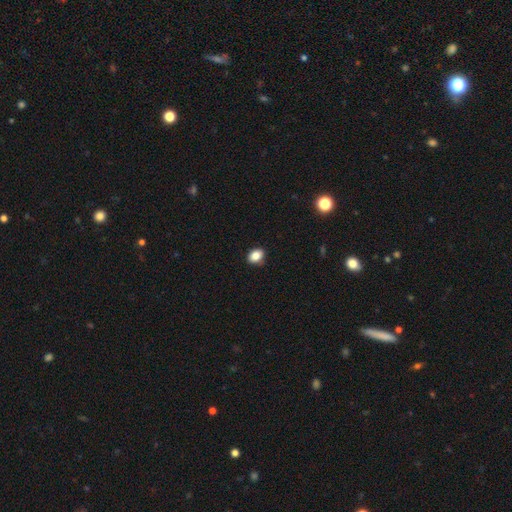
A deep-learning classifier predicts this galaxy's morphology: Smooth or featured? smooth (86%)
How rounded? in between (61%)
Merging? none (89%)